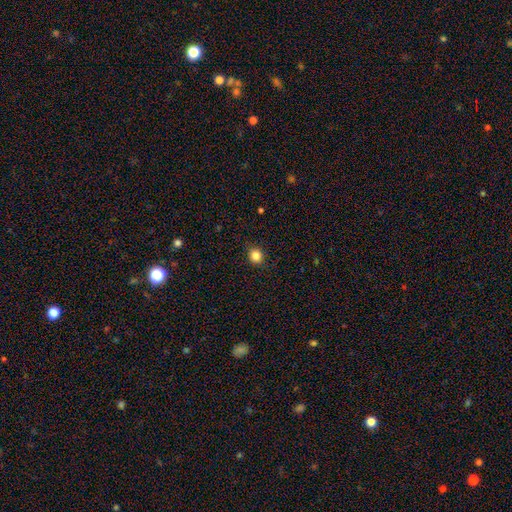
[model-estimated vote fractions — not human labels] Smooth or featured: smooth — 85% (star or artifact — 11%)
How rounded: round — 81% (in between — 18%)
Merging: none — 90% (minor disturbance — 7%)